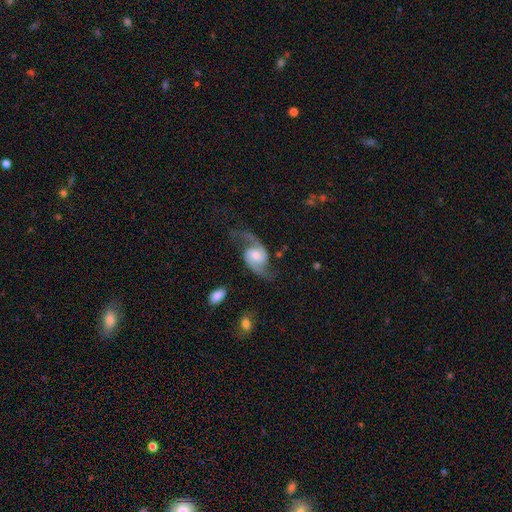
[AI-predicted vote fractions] A featured or disk galaxy (90%) with no bar (44%, tied with weak), 2 (94%) loose (51%) spiral arms (97%) and a moderate central bulge (57%). Merging: none (72%).